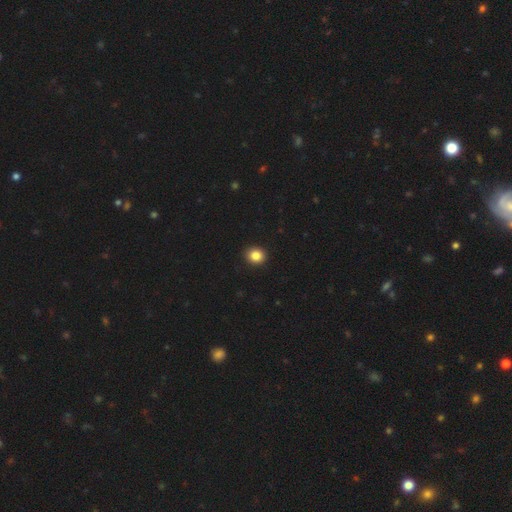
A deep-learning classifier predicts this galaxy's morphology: The model was most divided on "how rounded": round: 77%, in between: 23%, cigar-shaped: 1%. More confident: merging — none (92%); smooth or featured — smooth (85%).